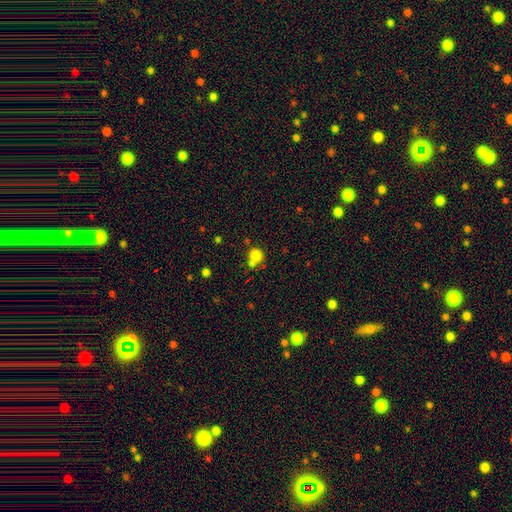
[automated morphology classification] Overall: smooth (81%). How rounded: round (81%). Merging: none (54%; merger 28%).